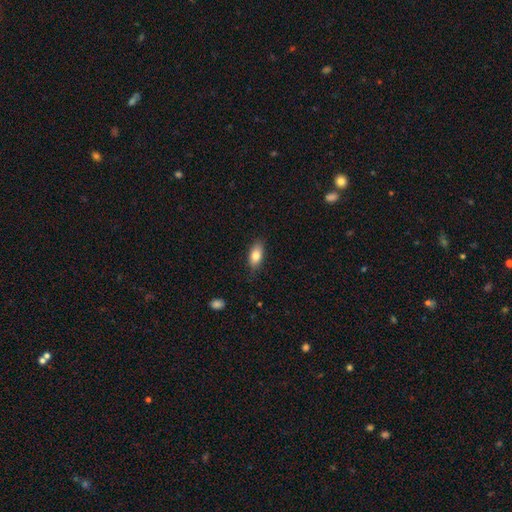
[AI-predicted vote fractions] Overall: smooth (80%). How rounded: in between (86%). Merging: none (81%).